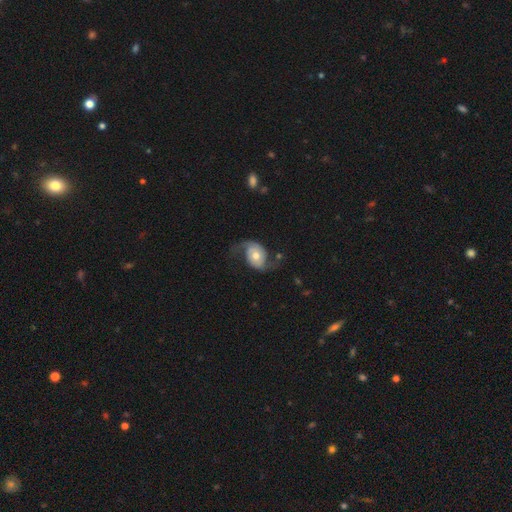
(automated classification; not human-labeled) featured or disk 78%, smooth 16%, star or artifact 6%. Down the decision tree: edge-on disk — no (97%); bar — no (72%); spiral arms — yes (93%); spiral arm count — 2 (91%); spiral winding — loose (65%); bulge size — moderate (67%); merging — none (61%).